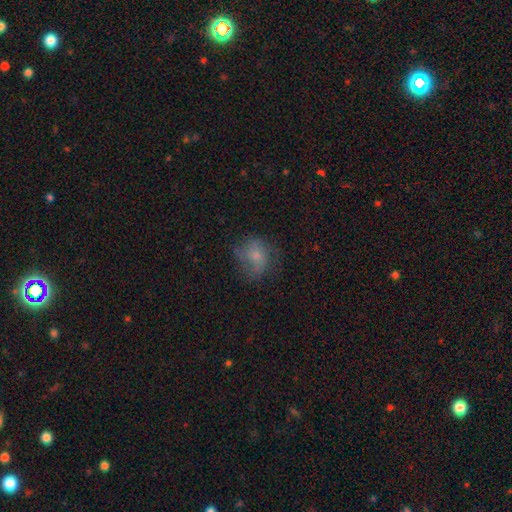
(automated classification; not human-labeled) Smooth or featured: smooth — 53% (featured or disk — 36%)
How rounded: round — 61% (in between — 38%)
Merging: none — 52% (minor disturbance — 25%)